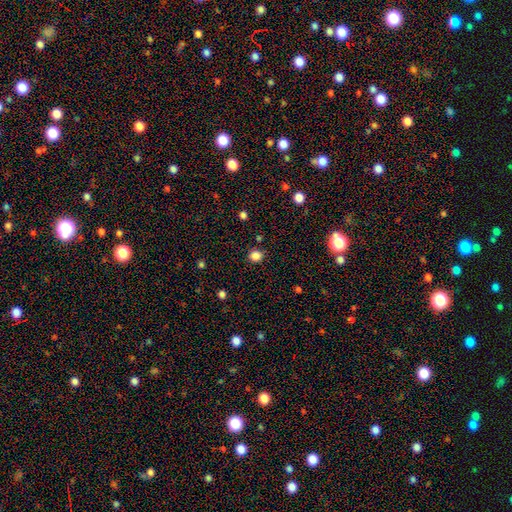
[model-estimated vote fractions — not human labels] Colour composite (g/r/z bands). It shows a smooth galaxy with no disk features (83%) that is round (85%). Merging: none (89%).